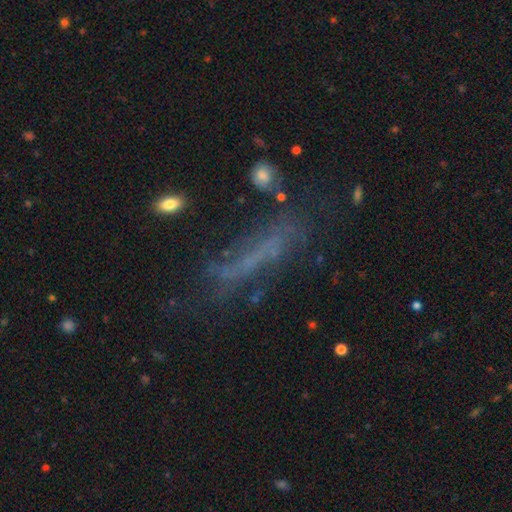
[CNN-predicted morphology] Smooth or featured: featured or disk — 39% (tied with smooth — 39%)
Merging: none — 54% (minor disturbance — 23%)